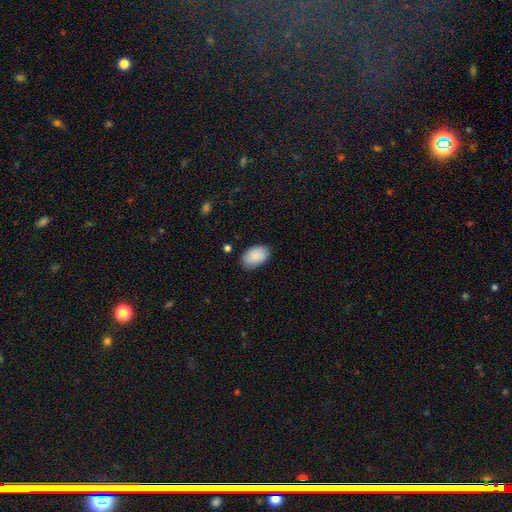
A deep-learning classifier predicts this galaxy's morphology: Smooth or featured? Predicted: smooth (p=0.88). How rounded? Predicted: in between (p=0.91). Merging? Predicted: none (p=0.82).